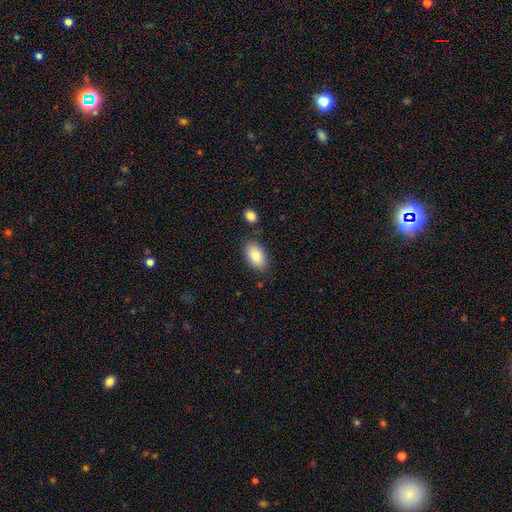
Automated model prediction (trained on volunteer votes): The model was most divided on "merging": none: 80%, minor disturbance: 13%, merger: 4%, major disturbance: 3%. More confident: how rounded — in between (94%); smooth or featured — smooth (88%).